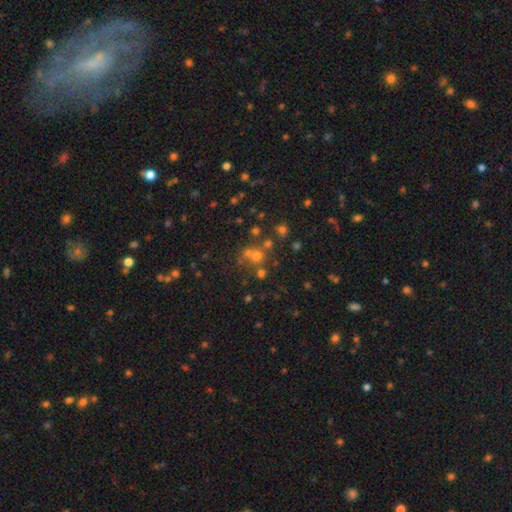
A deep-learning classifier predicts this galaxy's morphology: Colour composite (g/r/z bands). It shows a smooth galaxy with no disk features (48%). Merging: none (55%).